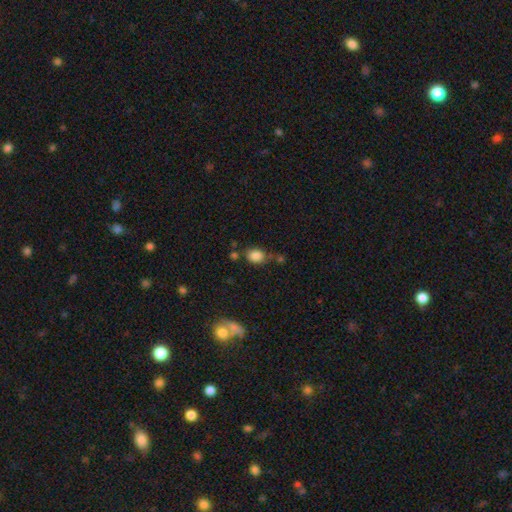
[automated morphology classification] Smooth or featured?
  - smooth: 85% *
  - star or artifact: 10%
  - featured or disk: 5%
How rounded?
  - in between: 62% *
  - round: 37%
  - cigar-shaped: 1%
Merging?
  - none: 63% *
  - minor disturbance: 19%
  - merger: 12%
  - major disturbance: 6%